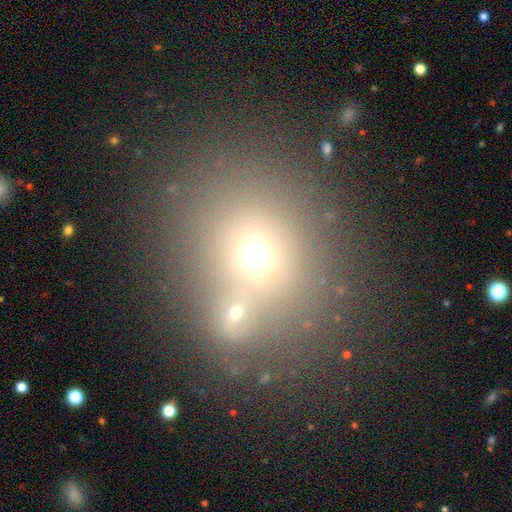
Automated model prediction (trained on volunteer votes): Morphology: type=smooth (62%); roundness=round (71%); merging=none (51%).